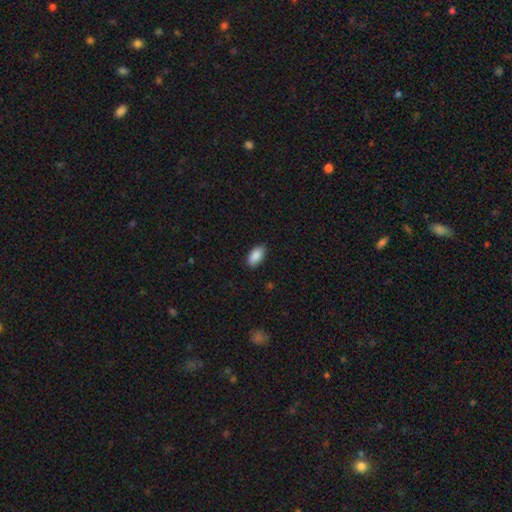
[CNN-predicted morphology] Smooth or featured: smooth — 89% (star or artifact — 7%)
How rounded: in between — 93% (cigar-shaped — 4%)
Merging: none — 85% (minor disturbance — 12%)